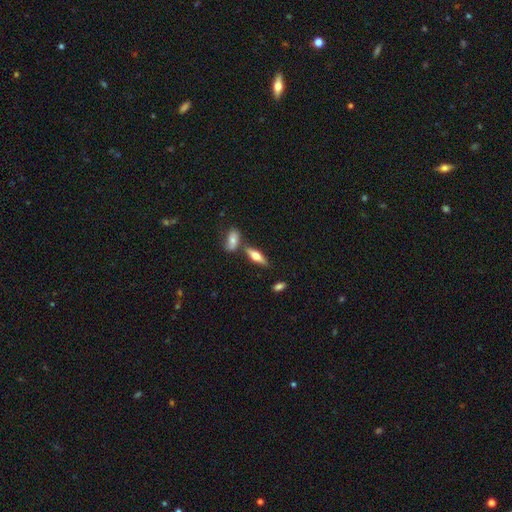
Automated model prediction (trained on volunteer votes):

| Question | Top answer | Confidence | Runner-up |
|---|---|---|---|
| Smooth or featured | smooth | 50% | featured or disk (43%) |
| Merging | none | 68% | merger (16%) |